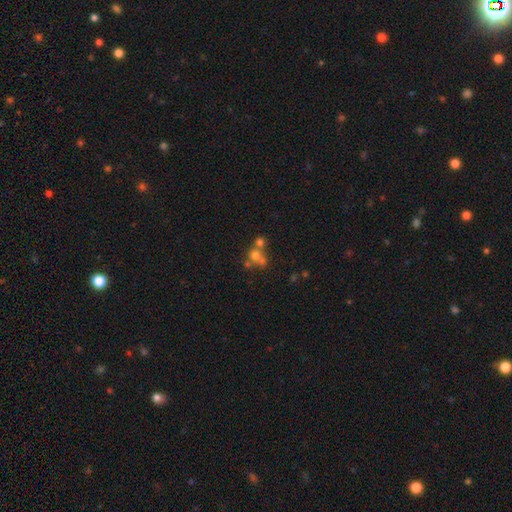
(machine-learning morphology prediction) This appears to be a smooth galaxy with no disk features (60%) that is round (80%). Merging: merger (51%).